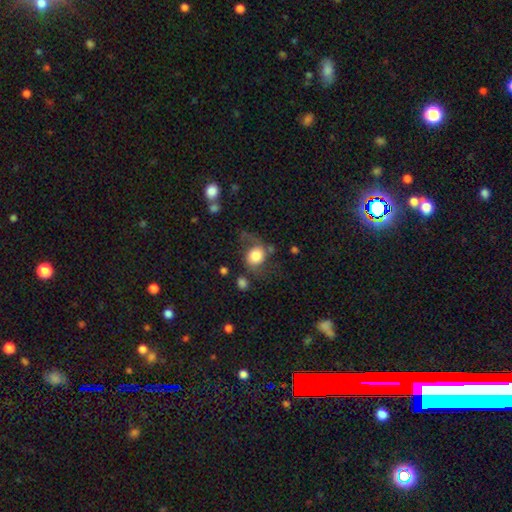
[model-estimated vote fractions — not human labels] Overall: smooth (62%; featured or disk 30%). How rounded: round (66%; in between 33%). Merging: none (49%; minor disturbance 24%).